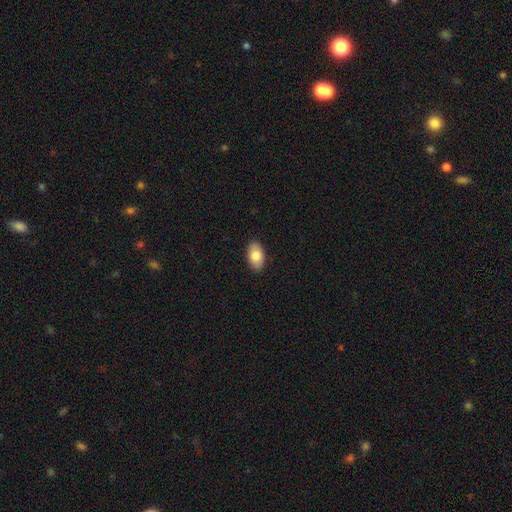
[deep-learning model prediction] A smooth galaxy with no disk features (82%) that is in between round and cigar-shaped (93%).

Vote fractions:
- Smooth or featured? smooth: 82% / featured or disk: 12% / star or artifact: 7%
- How rounded? in between: 93% / round: 6% / cigar-shaped: 2%
- Merging? none: 89% / minor disturbance: 8% / major disturbance: 2% / merger: 1%